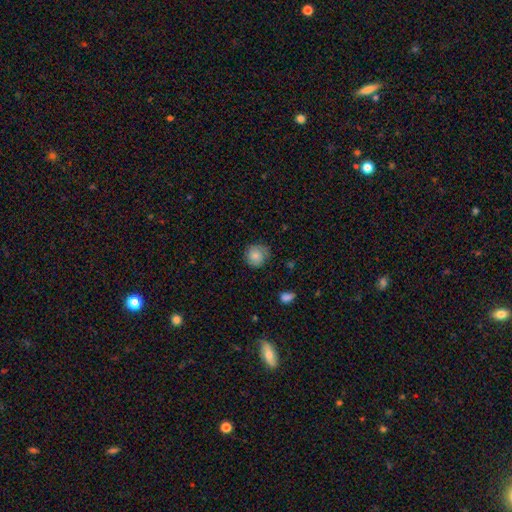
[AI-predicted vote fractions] smooth 78%, featured or disk 14%, star or artifact 8%. Down the decision tree: how rounded — round (88%); merging — none (73%).